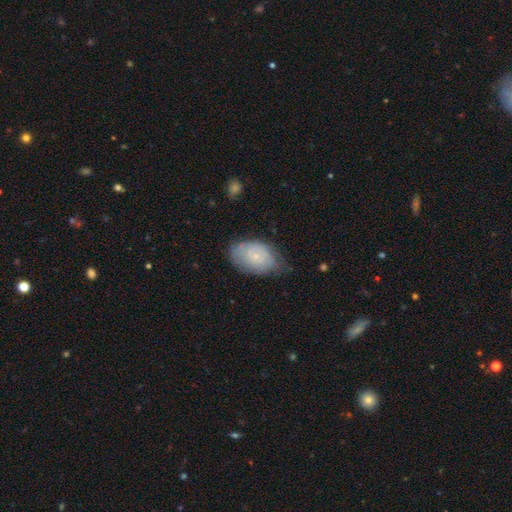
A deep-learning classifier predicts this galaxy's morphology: This is possibly a smooth galaxy (57%). How rounded: clearly in between (90%). Merging: possibly none (57%).